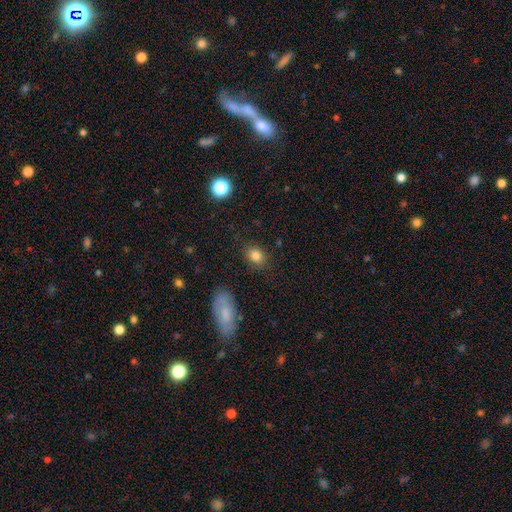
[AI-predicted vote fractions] smooth-or-featured: smooth: 82% | star or artifact: 11% | featured or disk: 7%
  how-rounded: in between: 61% | round: 38% | cigar-shaped: 2%
  merging: none: 83% | minor disturbance: 12% | major disturbance: 3% | merger: 2%